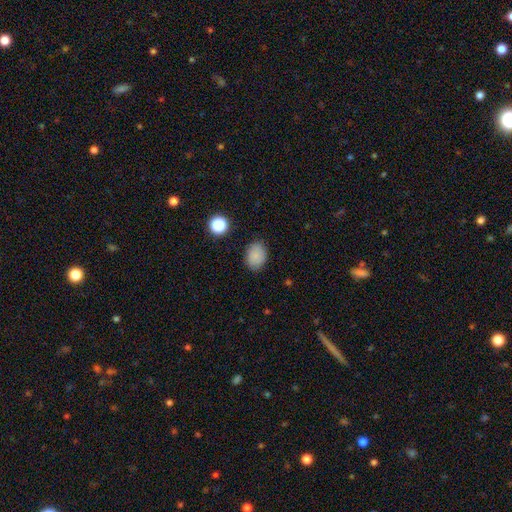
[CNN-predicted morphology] smooth 85%, star or artifact 10%, featured or disk 5%. Down the decision tree: how rounded — in between (68%); merging — none (85%).